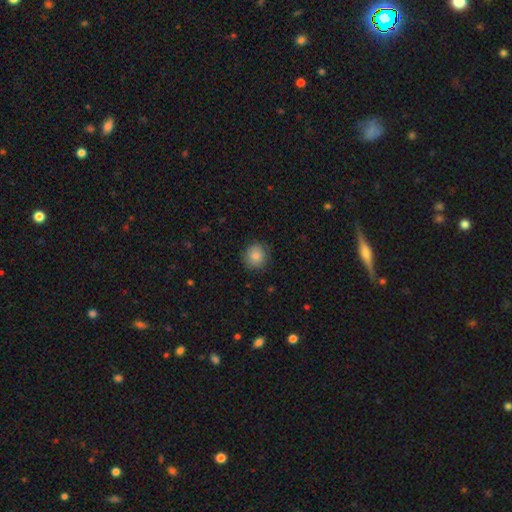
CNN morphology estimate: The model was most divided on "merging": none: 85%, minor disturbance: 11%, major disturbance: 3%, merger: 1%. More confident: how rounded — round (89%); smooth or featured — smooth (84%).